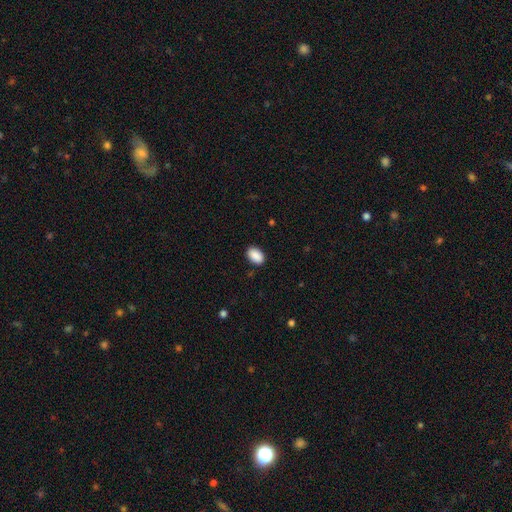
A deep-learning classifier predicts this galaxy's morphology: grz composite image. It shows a smooth galaxy with no disk features (90%) that is in between round and cigar-shaped (90%). Merging: none (88%).